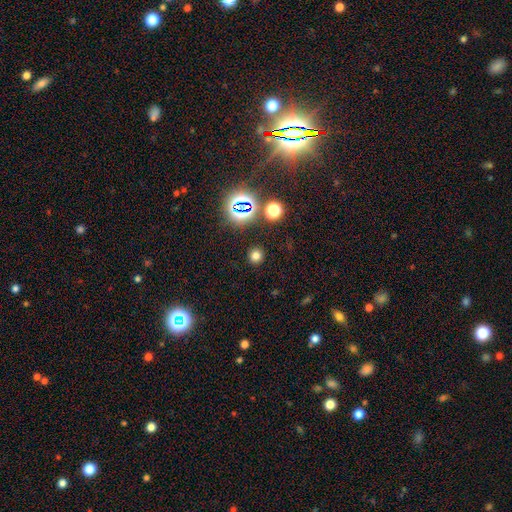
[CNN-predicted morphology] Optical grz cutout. It shows a smooth galaxy with no disk features (70%) that is round (90%). Merging: none (89%).